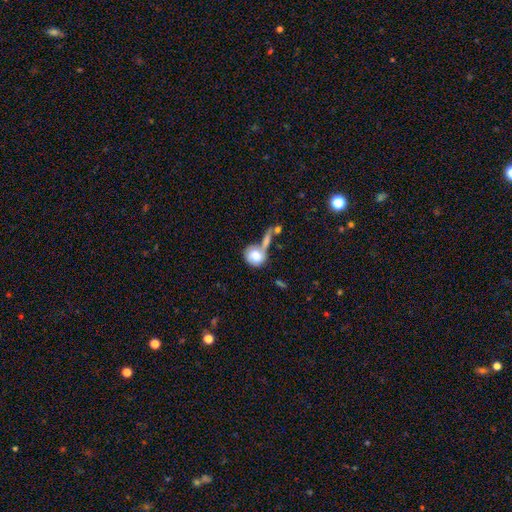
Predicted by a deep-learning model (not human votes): A smooth galaxy with no disk features (75%) that is round (63%). Merging: merger (46%).